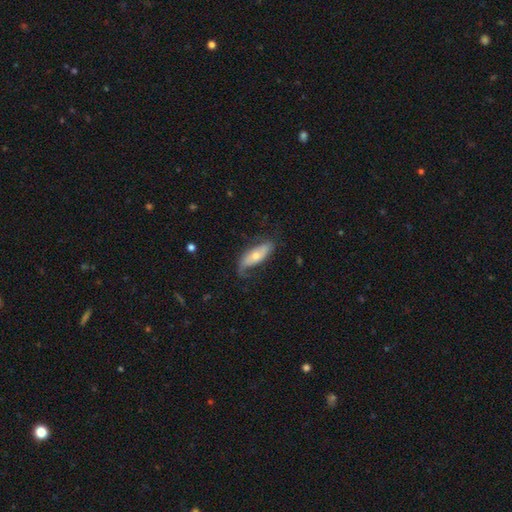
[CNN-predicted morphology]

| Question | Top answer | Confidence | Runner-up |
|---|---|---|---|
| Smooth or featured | featured or disk | 53% | smooth (41%) |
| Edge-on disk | no | 79% | yes (21%) |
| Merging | none | 55% | minor disturbance (27%) |